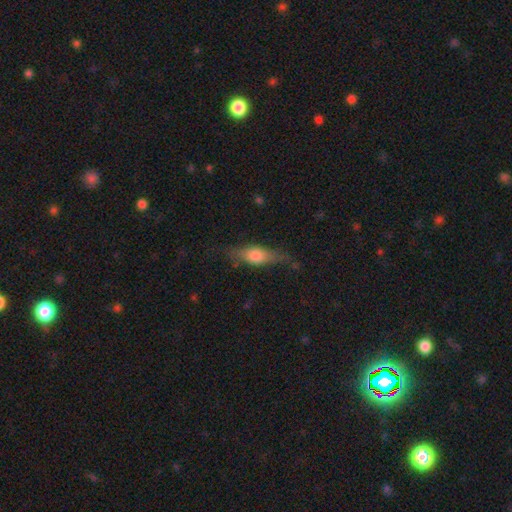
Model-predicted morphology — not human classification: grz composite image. It shows a smooth galaxy with no disk features (57%) that is in between round and cigar-shaped (60%). Merging: none (62%).